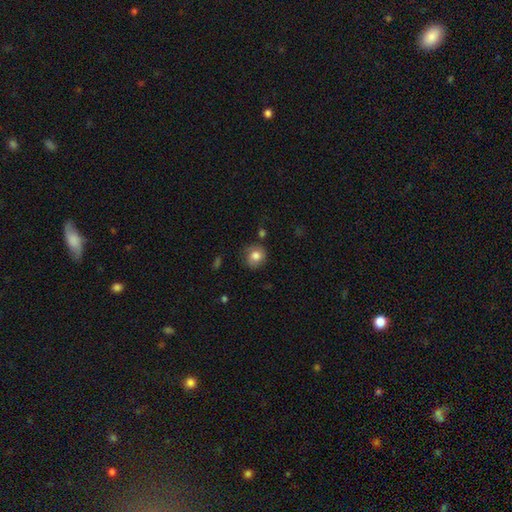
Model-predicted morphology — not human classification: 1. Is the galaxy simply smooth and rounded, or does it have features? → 80% smooth, 11% featured or disk, 9% star or artifact.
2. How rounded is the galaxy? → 79% round, 20% in between, 1% cigar-shaped.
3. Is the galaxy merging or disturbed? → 72% none, 19% minor disturbance, 5% major disturbance, 3% merger.